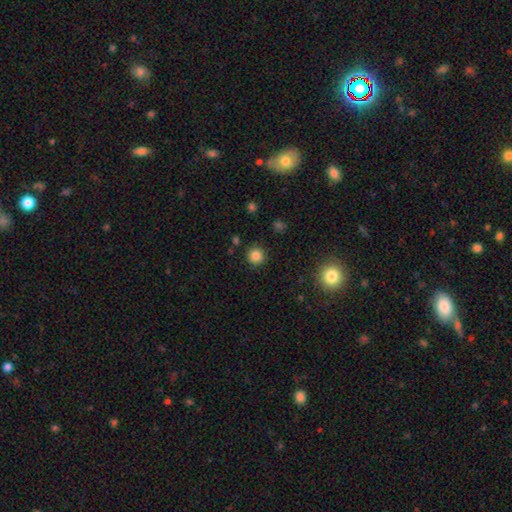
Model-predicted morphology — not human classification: Smooth or featured? Predicted: smooth (p=0.84). How rounded? Predicted: round (p=0.94). Merging? Predicted: none (p=0.89).